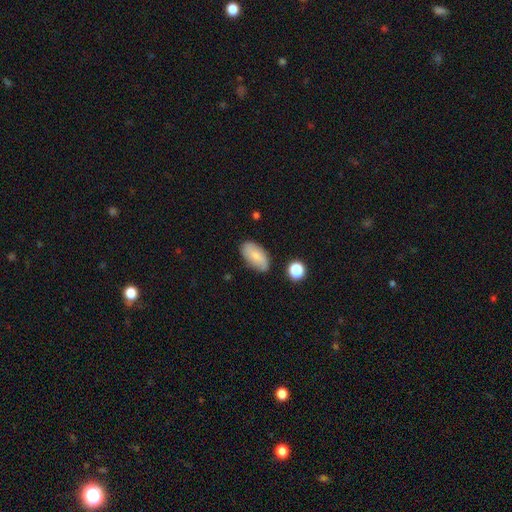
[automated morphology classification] Smooth or featured? Predicted: smooth (p=0.71). How rounded? Predicted: in between (p=0.93). Merging? Predicted: none (p=0.78).